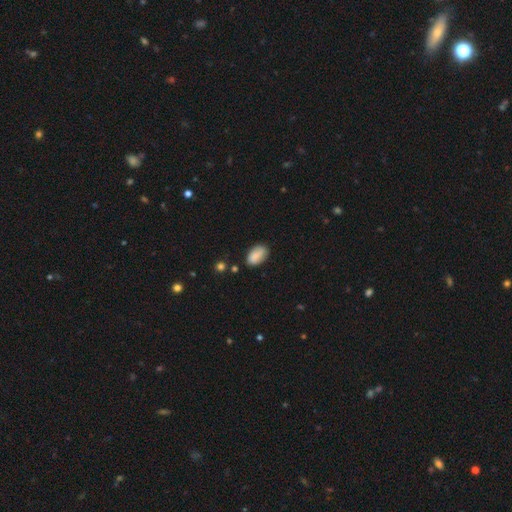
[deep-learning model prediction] This is clearly a smooth galaxy (87%). How rounded: clearly in between (94%). Merging: likely none (78%).